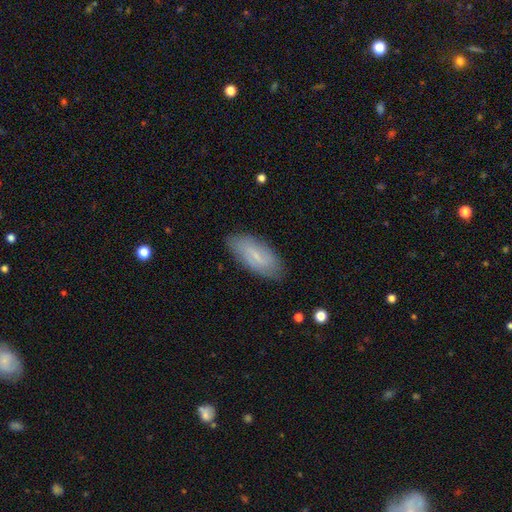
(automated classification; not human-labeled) smooth-or-featured: featured or disk: 46% (tied) | smooth: 46% (tied) | star or artifact: 7%
  merging: none: 81% | minor disturbance: 14% | major disturbance: 3% | merger: 1%